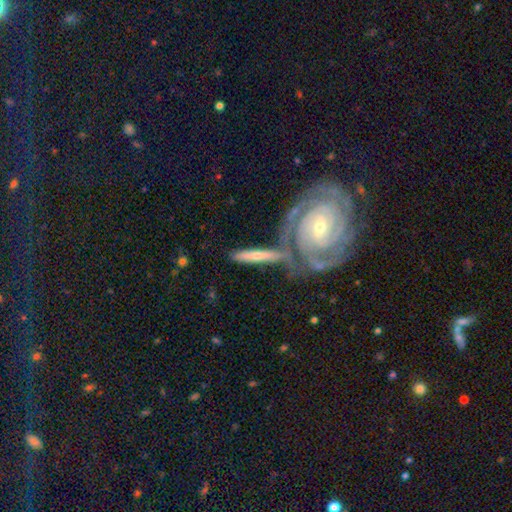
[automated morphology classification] A featured or disk galaxy (70%) with no bar (50%), spiral arms (92%) and a small central bulge (62%). Merging: none (53%).